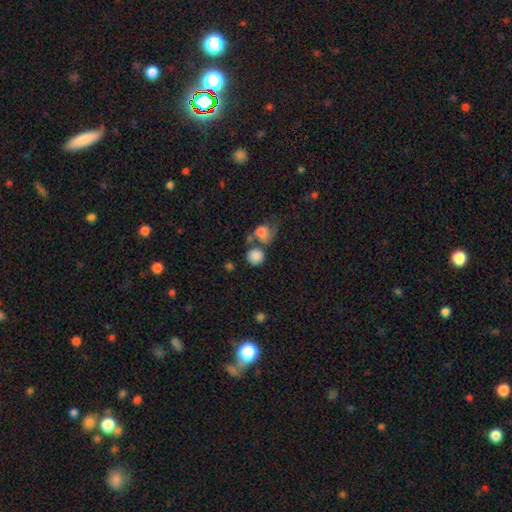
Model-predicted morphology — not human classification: smooth 84%, star or artifact 9%, featured or disk 8%. Down the decision tree: how rounded — round (85%); merging — none (47%).